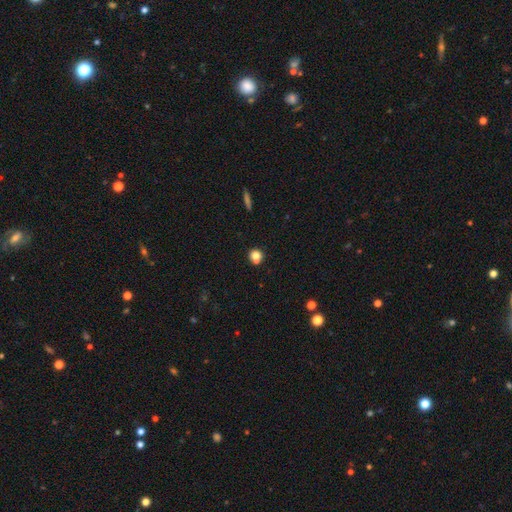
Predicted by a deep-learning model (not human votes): The model was most divided on "merging": none: 63%, merger: 23%, minor disturbance: 11%, major disturbance: 3%. More confident: how rounded — round (89%); smooth or featured — smooth (79%).